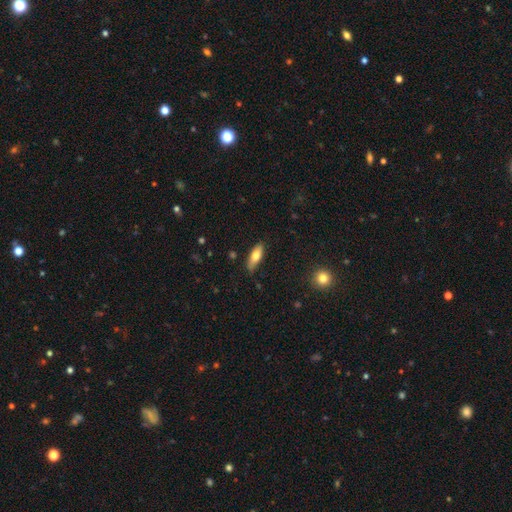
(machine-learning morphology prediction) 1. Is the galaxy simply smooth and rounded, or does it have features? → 70% smooth, 24% featured or disk, 6% star or artifact.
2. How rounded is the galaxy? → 61% in between, 36% cigar-shaped, 2% round.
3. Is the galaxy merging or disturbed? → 81% none, 15% minor disturbance, 3% major disturbance, 1% merger.